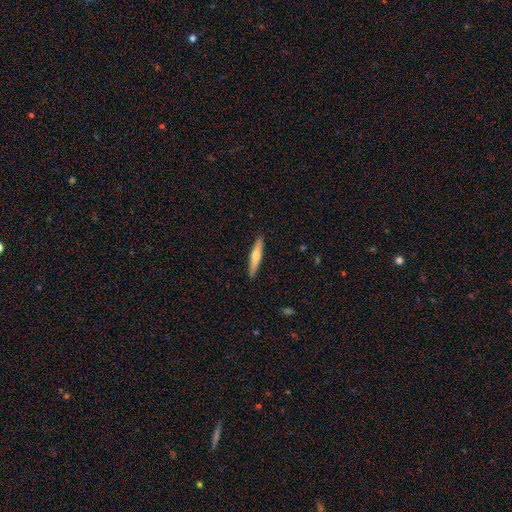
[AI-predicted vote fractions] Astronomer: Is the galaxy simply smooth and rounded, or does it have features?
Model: smooth — 52% (runner-up: featured or disk, 43%).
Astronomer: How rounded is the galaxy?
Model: cigar-shaped — 89%.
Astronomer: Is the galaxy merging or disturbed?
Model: none — 90%.